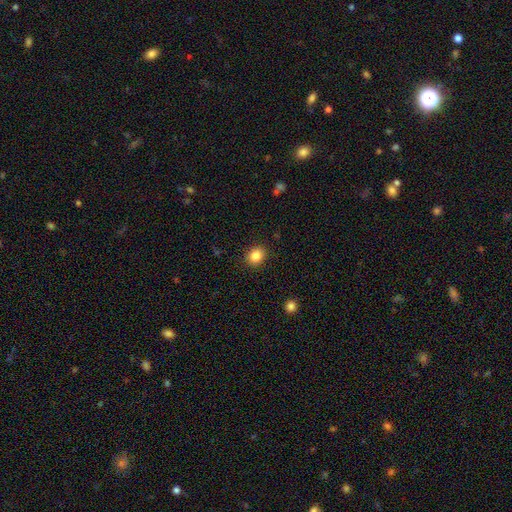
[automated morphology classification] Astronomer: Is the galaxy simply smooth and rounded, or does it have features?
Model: smooth — 85%.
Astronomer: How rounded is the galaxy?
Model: round — 67%.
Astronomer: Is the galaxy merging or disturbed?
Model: none — 90%.